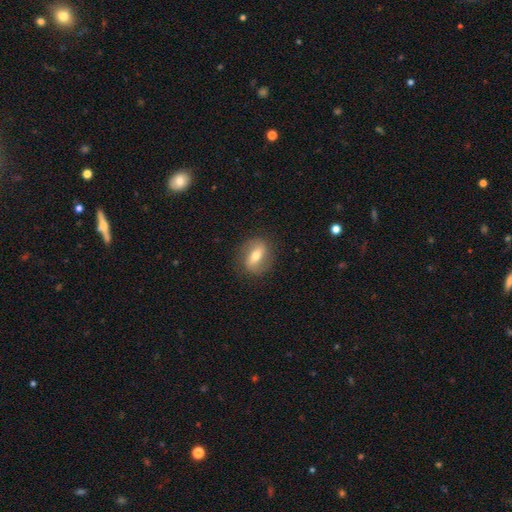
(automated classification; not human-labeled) This appears to be a smooth galaxy with no disk features (46%, tied with featured or disk). Merging: none (83%).